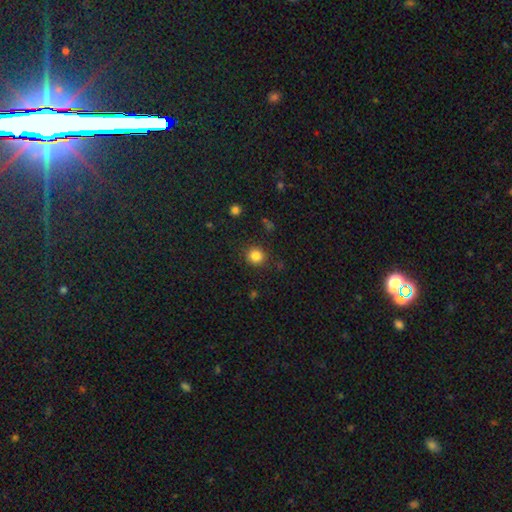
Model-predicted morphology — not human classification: Smooth or featured: smooth — 84% (star or artifact — 12%)
How rounded: round — 88% (in between — 11%)
Merging: none — 88% (minor disturbance — 8%)